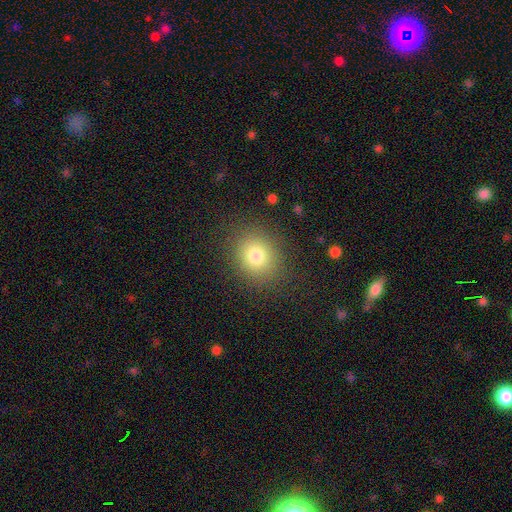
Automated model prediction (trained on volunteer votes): smooth-or-featured: smooth: 77% | star or artifact: 13% | featured or disk: 9%
  how-rounded: round: 75% | in between: 24% | cigar-shaped: 1%
  merging: none: 86% | minor disturbance: 9% | major disturbance: 4% | merger: 1%